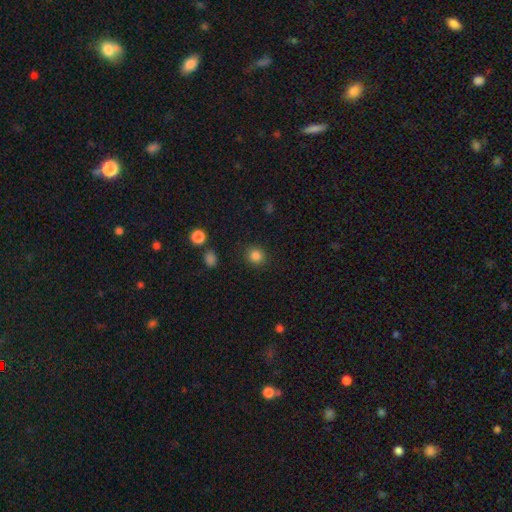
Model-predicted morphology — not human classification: smooth_or_featured: smooth (p=0.84) [alt: star or artifact p=0.11]
how_rounded: round (p=0.89) [alt: in between p=0.10]
merging: none (p=0.90) [alt: minor disturbance p=0.06]